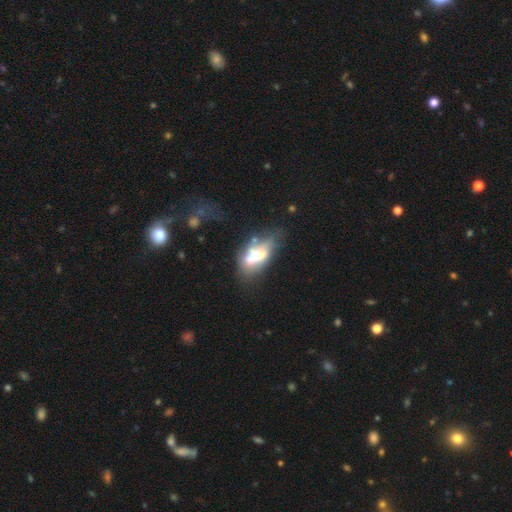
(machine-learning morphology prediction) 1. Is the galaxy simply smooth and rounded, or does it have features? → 46% smooth, 44% featured or disk, 10% star or artifact.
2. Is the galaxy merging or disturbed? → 30% none, 28% major disturbance, 24% minor disturbance, 18% merger.